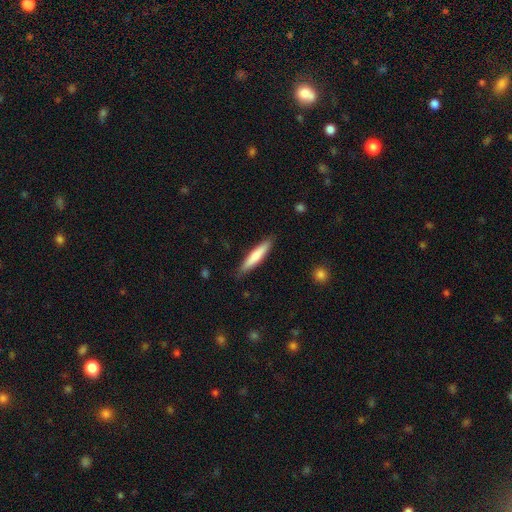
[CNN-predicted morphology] This appears to be a smooth galaxy with no disk features (72%) that is cigar-shaped (88%). Merging: none (88%).